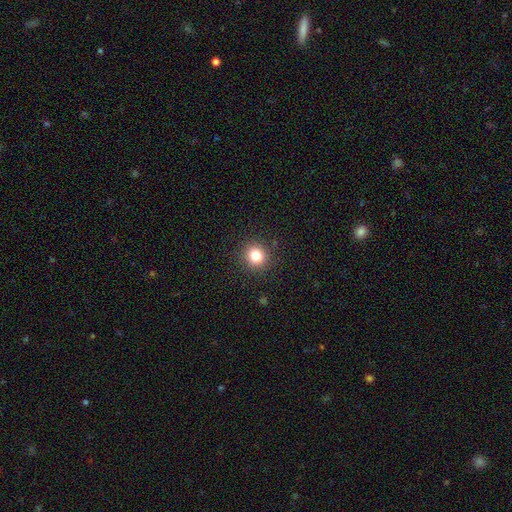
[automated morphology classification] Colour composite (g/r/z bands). It shows a smooth galaxy with no disk features (81%) that is round (89%). Merging: none (90%).